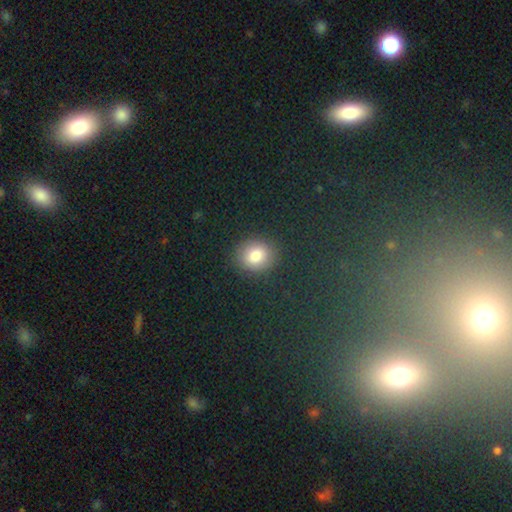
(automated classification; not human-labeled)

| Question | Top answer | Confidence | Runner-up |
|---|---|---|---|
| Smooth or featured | smooth | 81% | star or artifact (12%) |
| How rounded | round | 68% | in between (31%) |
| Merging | none | 87% | minor disturbance (8%) |